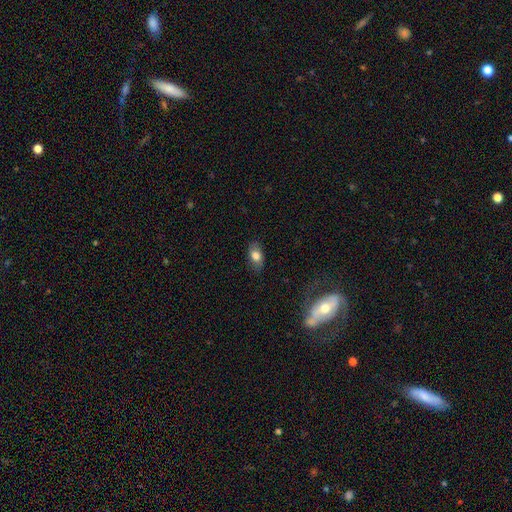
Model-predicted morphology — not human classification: Q: Smooth or featured?
A: smooth (77%); runner-up: featured or disk (15%)
Q: How rounded?
A: in between (87%); runner-up: round (9%)
Q: Merging?
A: none (82%); runner-up: minor disturbance (14%)